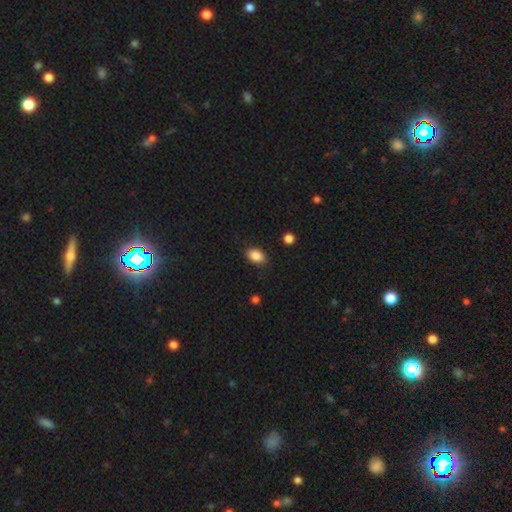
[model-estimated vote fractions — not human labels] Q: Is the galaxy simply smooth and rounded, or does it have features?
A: smooth — 87%.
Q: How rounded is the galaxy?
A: in between — 85%.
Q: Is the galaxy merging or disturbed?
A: none — 86%.